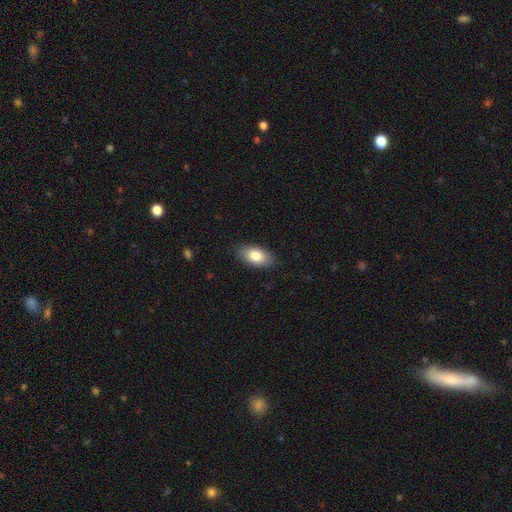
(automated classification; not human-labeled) Smooth or featured?
  - smooth: 83% *
  - featured or disk: 11%
  - star or artifact: 7%
How rounded?
  - in between: 93% *
  - round: 4%
  - cigar-shaped: 3%
Merging?
  - none: 86% *
  - minor disturbance: 10%
  - major disturbance: 2%
  - merger: 1%